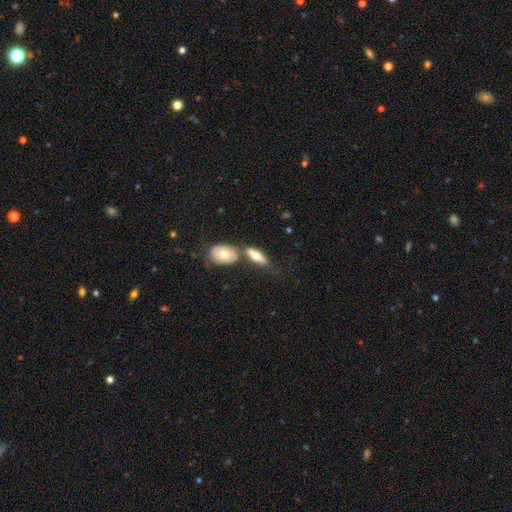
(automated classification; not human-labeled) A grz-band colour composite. It shows a smooth galaxy with no disk features (65%) that is in between round and cigar-shaped (70%). Merging: none (42%).